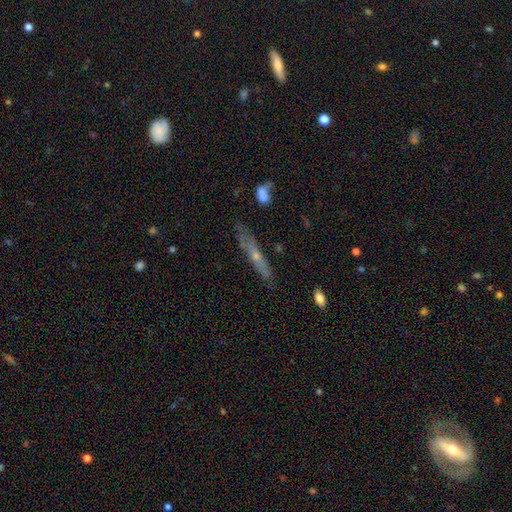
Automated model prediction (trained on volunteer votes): smooth_or_featured: featured or disk (p=0.55) [alt: smooth p=0.35]
disk_edge_on: yes (p=0.80) [alt: no p=0.20]
merging: none (p=0.75) [alt: minor disturbance p=0.18]